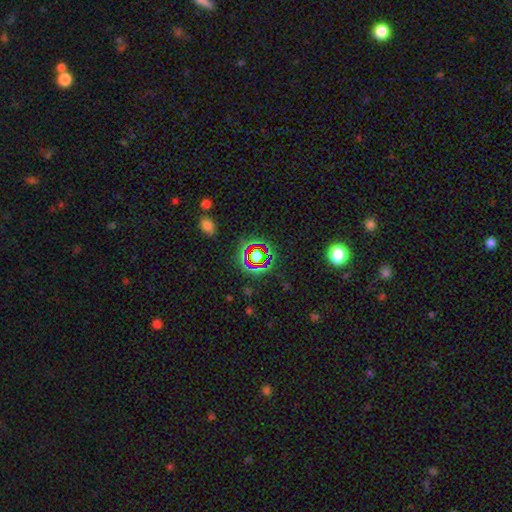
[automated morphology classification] type=star or artifact (68%).